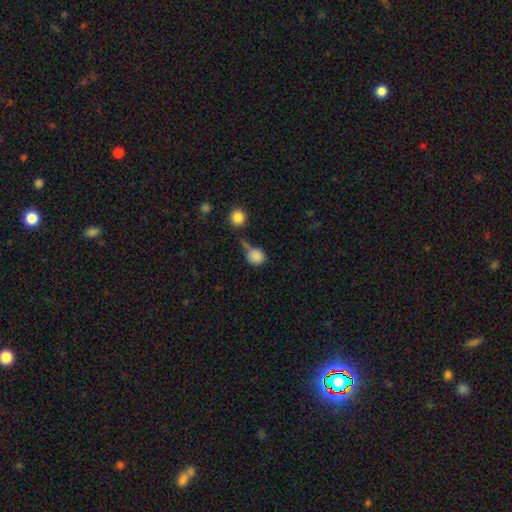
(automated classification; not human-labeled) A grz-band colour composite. It shows a smooth galaxy with no disk features (84%) that is round (86%). Merging: none (45%).